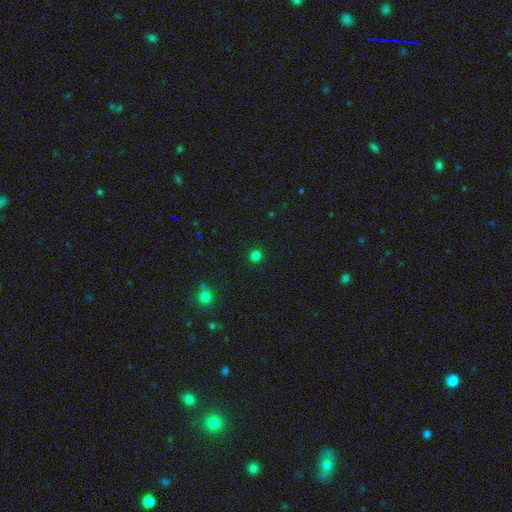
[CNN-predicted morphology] Smooth or featured? smooth (78%)
How rounded? round (95%)
Merging? none (92%)